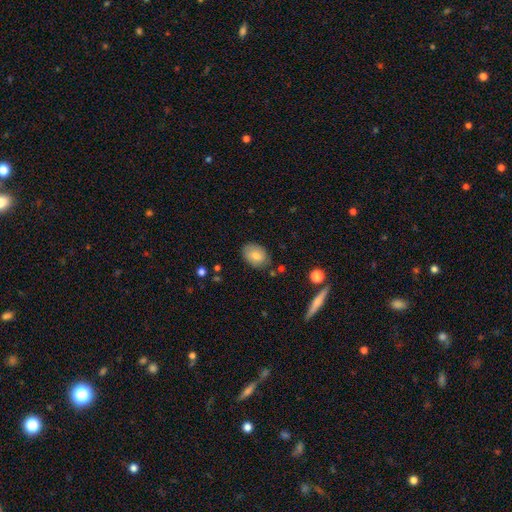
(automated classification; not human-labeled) This is likely a smooth galaxy (78%). How rounded: likely in between (75%). Merging: likely none (79%).